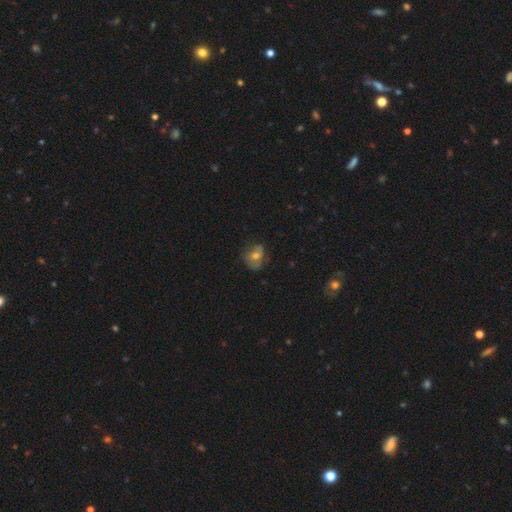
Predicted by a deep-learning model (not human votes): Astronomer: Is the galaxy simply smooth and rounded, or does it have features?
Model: smooth — 49% (runner-up: featured or disk, 38%).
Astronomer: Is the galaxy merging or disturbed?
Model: none — 56%.